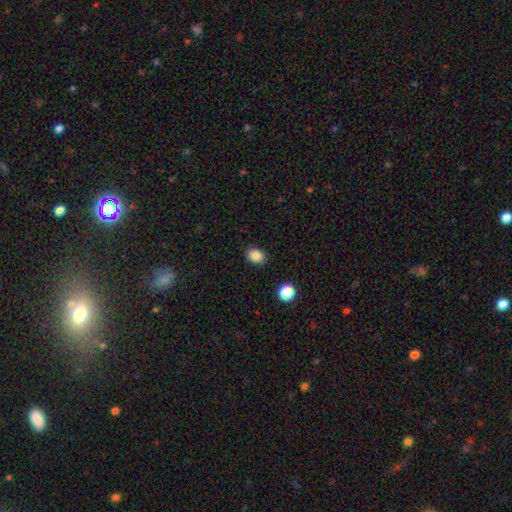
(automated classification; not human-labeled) Overall: smooth (87%). How rounded: in between (68%; round 31%). Merging: none (87%).